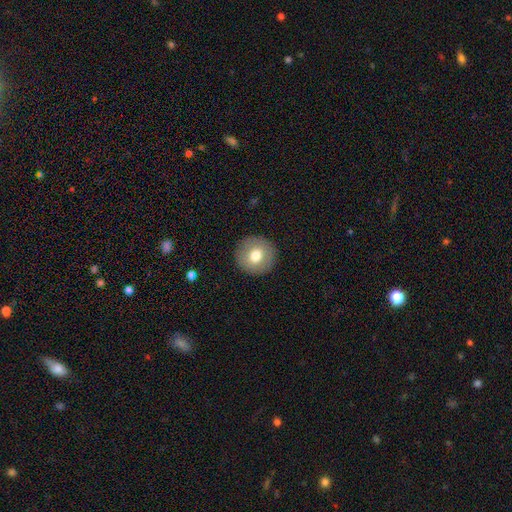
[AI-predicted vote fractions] Smooth or featured?
  - smooth: 73% *
  - featured or disk: 18%
  - star or artifact: 8%
How rounded?
  - round: 95% *
  - in between: 4%
  - cigar-shaped: 1%
Merging?
  - none: 92% *
  - minor disturbance: 5%
  - major disturbance: 2%
  - merger: 1%